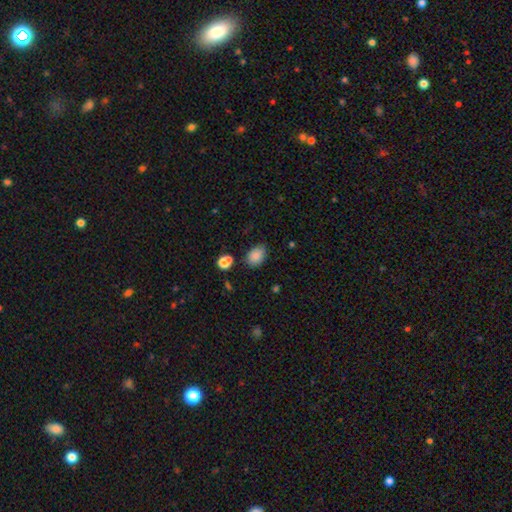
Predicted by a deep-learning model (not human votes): Smooth or featured? smooth (86%)
How rounded? in between (78%)
Merging? none (76%)